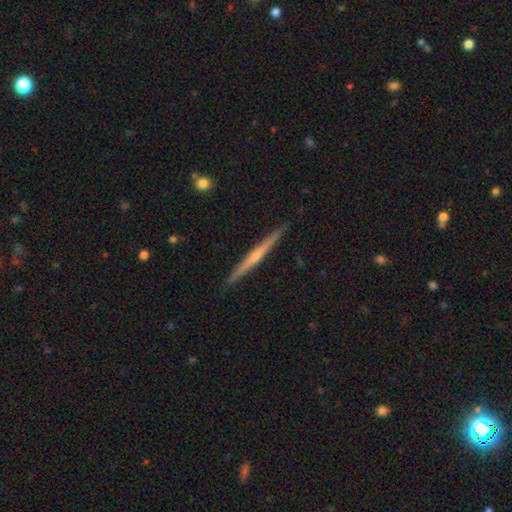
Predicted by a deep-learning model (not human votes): Smooth or featured: featured or disk — 74% (smooth — 20%)
Edge-on disk: yes — 98% (no — 2%)
Edge-on bulge: rounded — 64% (none — 32%)
Merging: none — 91% (minor disturbance — 6%)